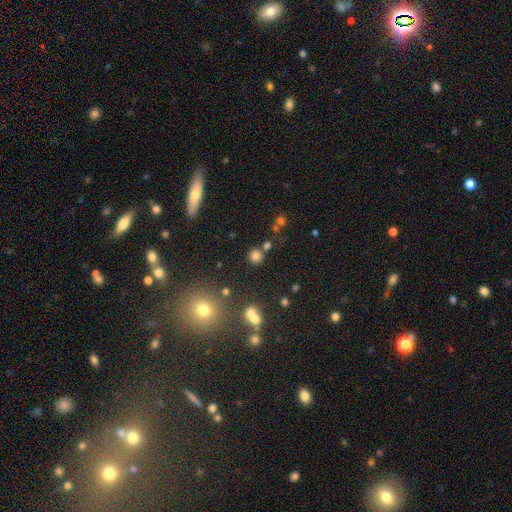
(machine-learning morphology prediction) Smooth or featured: smooth — 76% (star or artifact — 17%)
How rounded: round — 91% (in between — 8%)
Merging: none — 77% (merger — 12%)